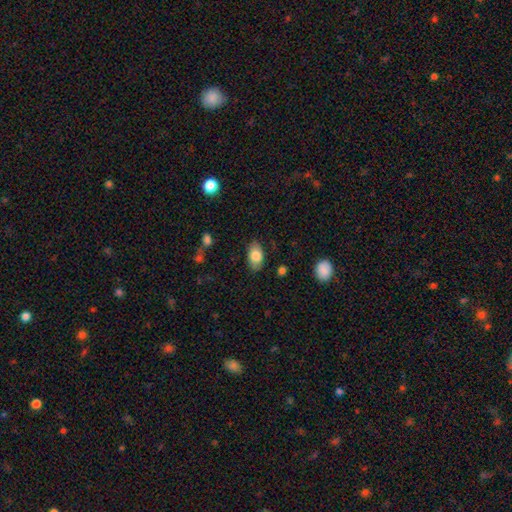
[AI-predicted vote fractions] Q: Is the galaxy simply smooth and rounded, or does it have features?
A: smooth — 80%.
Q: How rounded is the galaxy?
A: in between — 92%.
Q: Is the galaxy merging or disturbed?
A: none — 83%.